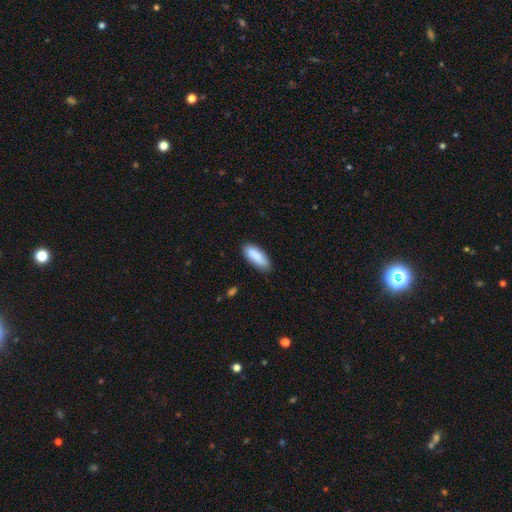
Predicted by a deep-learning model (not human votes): Smooth or featured? smooth (88%)
How rounded? in between (74%)
Merging? none (82%)